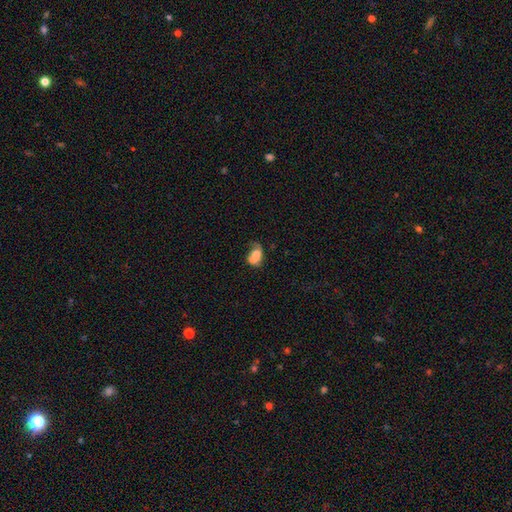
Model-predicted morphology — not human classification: The model was most divided on "merging": none: 28%, major disturbance: 26%, minor disturbance: 25%, merger: 21%. More confident: how rounded — in between (78%); smooth or featured — smooth (62%).